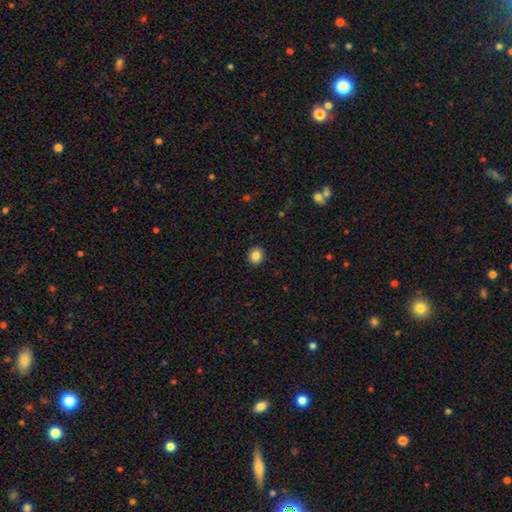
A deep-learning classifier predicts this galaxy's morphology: A smooth galaxy with no disk features (85%) that is round (86%).

Vote fractions:
- Smooth or featured? smooth: 85% / star or artifact: 10% / featured or disk: 5%
- How rounded? round: 86% / in between: 13% / cigar-shaped: 1%
- Merging? none: 92% / minor disturbance: 5% / major disturbance: 2% / merger: 1%